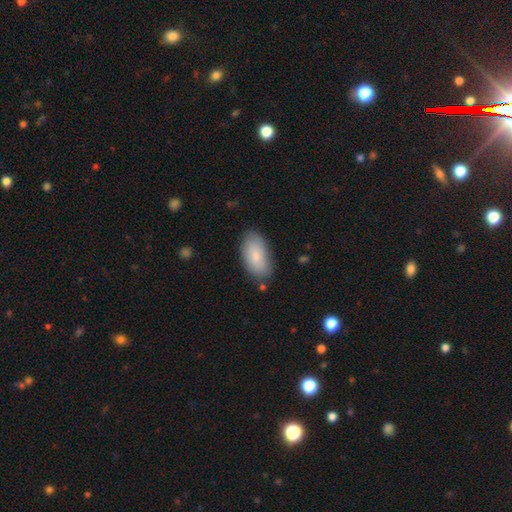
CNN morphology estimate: This is clearly a smooth galaxy (82%). How rounded: clearly in between (94%). Merging: likely none (80%).